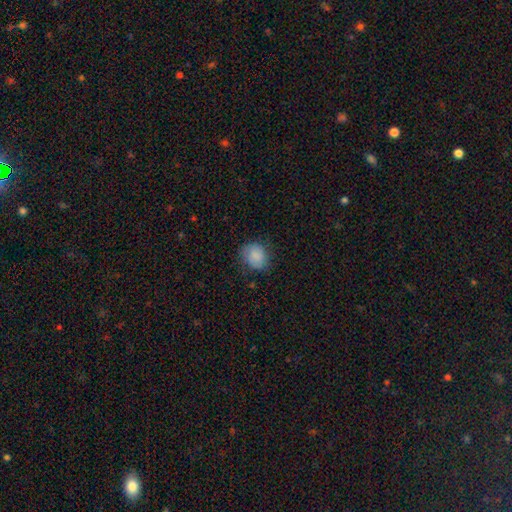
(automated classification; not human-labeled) Q: Smooth or featured?
A: smooth (84%); runner-up: featured or disk (8%)
Q: How rounded?
A: round (62%); runner-up: in between (37%)
Q: Merging?
A: none (72%); runner-up: minor disturbance (21%)